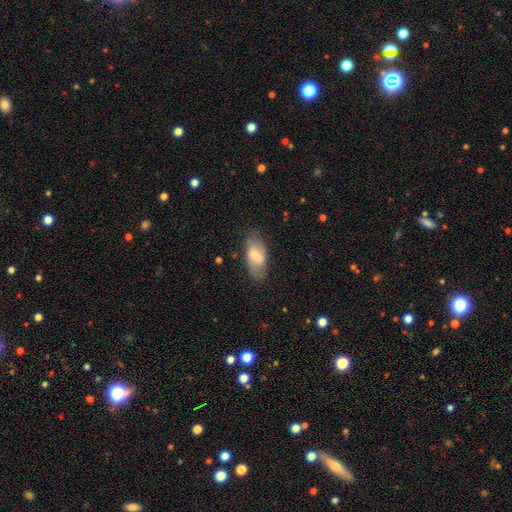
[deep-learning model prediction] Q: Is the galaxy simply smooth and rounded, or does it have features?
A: smooth — 56%.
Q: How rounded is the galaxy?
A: in between — 87%.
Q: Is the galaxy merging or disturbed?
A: none — 74%.